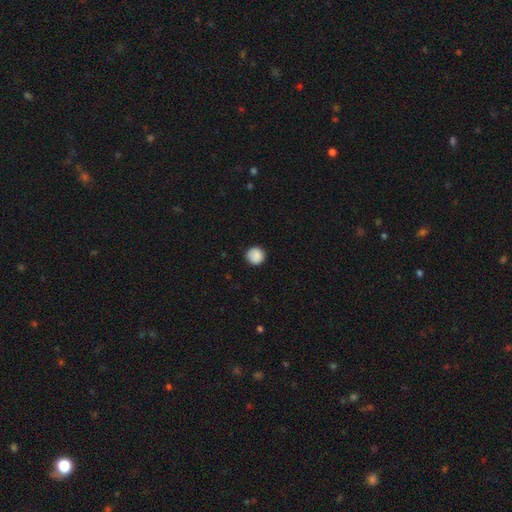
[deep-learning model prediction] Smooth or featured? Predicted: smooth (p=0.89). How rounded? Predicted: round (p=0.95). Merging? Predicted: none (p=0.90).